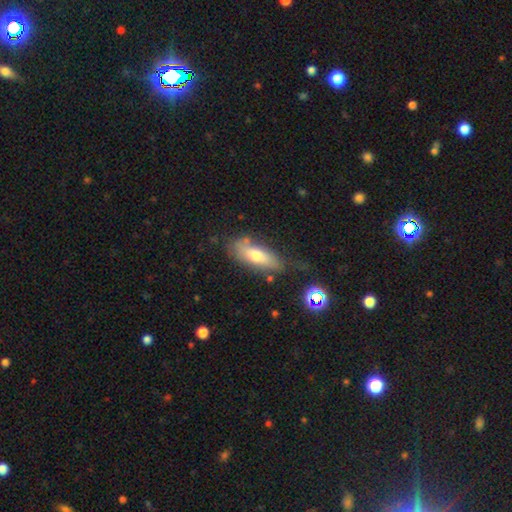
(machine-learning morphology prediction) smooth 64%, featured or disk 27%, star or artifact 9%. Down the decision tree: how rounded — in between (67%); merging — none (62%).